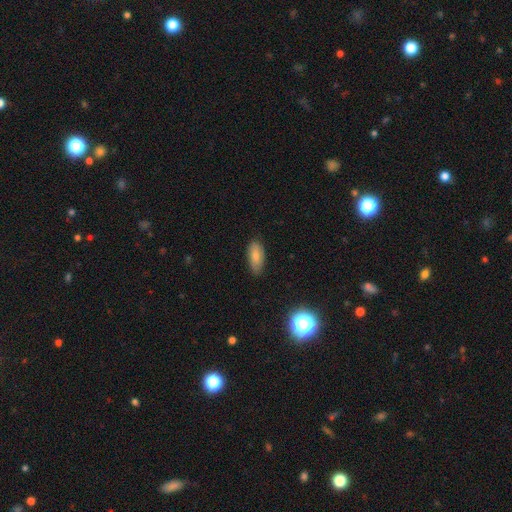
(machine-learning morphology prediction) Overall: smooth (81%). How rounded: in between (86%). Merging: none (78%).